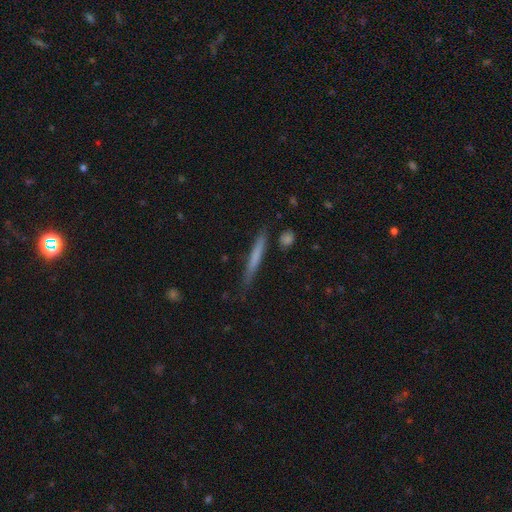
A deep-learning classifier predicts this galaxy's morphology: Smooth or featured? smooth (62%)
How rounded? cigar-shaped (96%)
Merging? none (84%)